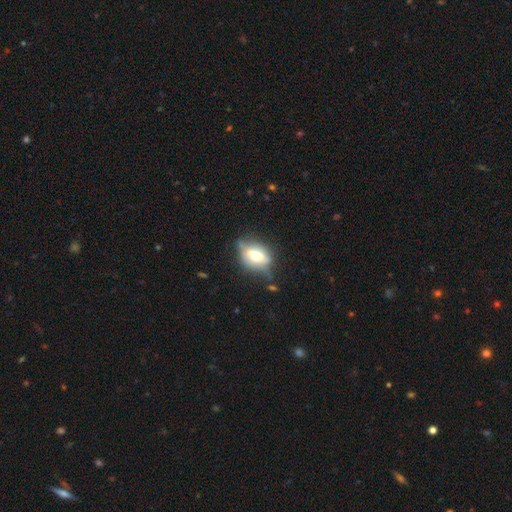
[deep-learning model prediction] Morphology: type=smooth (48%); merging=none (58%).